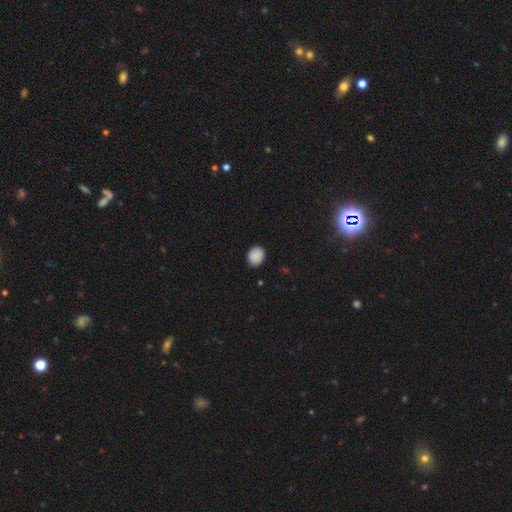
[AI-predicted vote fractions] A smooth galaxy with no disk features (89%) that is round (58%). Merging: none (88%).